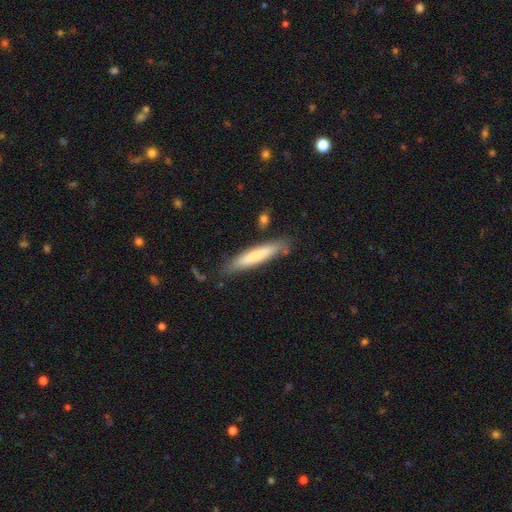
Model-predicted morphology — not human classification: smooth_or_featured: smooth (p=0.72) [alt: featured or disk p=0.23]
how_rounded: cigar-shaped (p=0.91) [alt: in between p=0.08]
merging: none (p=0.81) [alt: minor disturbance p=0.14]